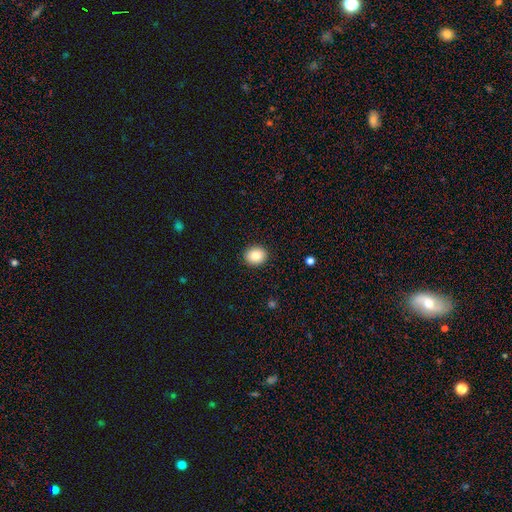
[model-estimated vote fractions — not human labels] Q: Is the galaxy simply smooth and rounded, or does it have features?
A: smooth — 86%.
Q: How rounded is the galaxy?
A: round — 76%.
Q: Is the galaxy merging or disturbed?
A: none — 91%.